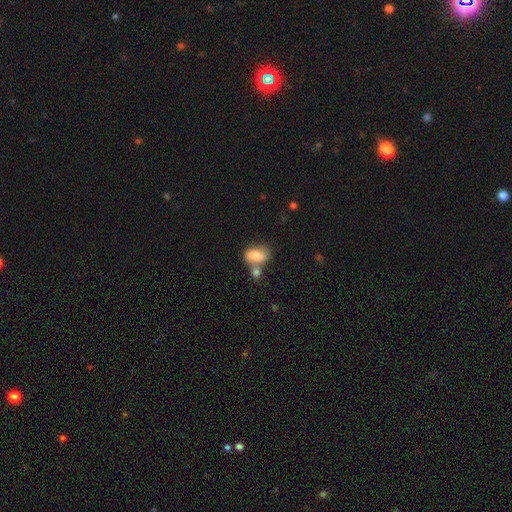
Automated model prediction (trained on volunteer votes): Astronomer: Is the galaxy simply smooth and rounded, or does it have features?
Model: smooth — 68%.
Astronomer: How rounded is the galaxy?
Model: in between — 83%.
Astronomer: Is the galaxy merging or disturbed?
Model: merger — 42% (runner-up: none, 35%).